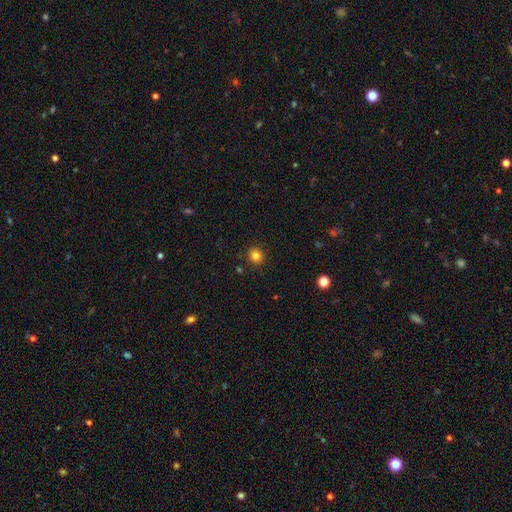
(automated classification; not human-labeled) Smooth or featured?
  - smooth: 83% *
  - star or artifact: 13%
  - featured or disk: 5%
How rounded?
  - round: 90% *
  - in between: 9%
  - cigar-shaped: 1%
Merging?
  - none: 90% *
  - minor disturbance: 6%
  - major disturbance: 2%
  - merger: 2%